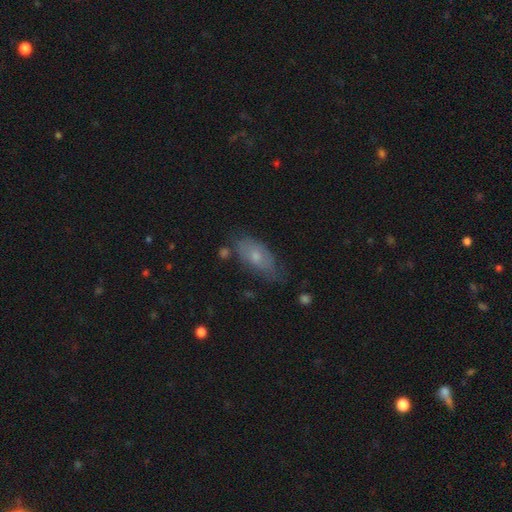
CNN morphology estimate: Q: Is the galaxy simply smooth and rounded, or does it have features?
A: smooth — 54%.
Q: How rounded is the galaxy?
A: in between — 87%.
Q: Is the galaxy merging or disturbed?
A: none — 61%.